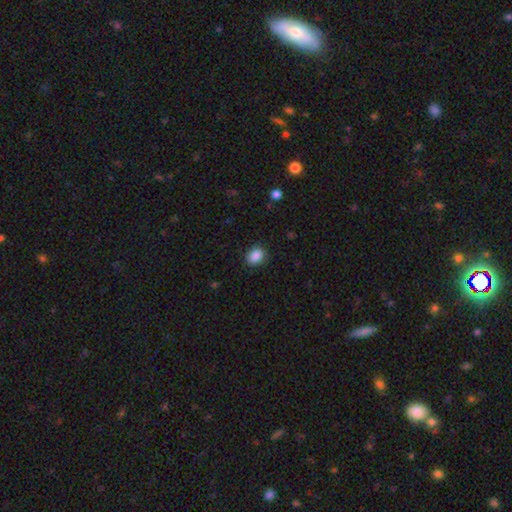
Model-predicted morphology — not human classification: This is clearly a smooth galaxy (88%). How rounded: likely in between (60%). Merging: clearly none (87%).